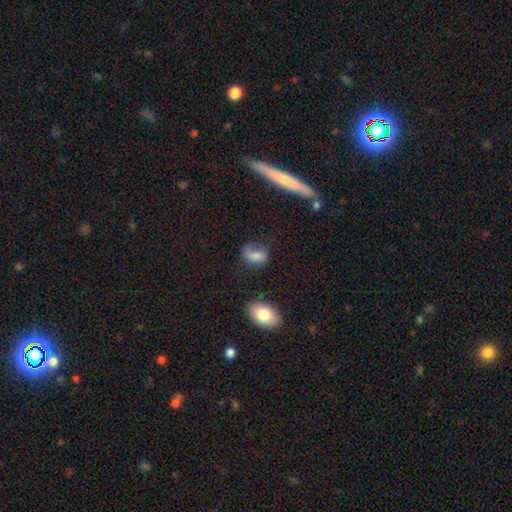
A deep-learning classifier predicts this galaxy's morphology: type=smooth (67%); roundness=in between (75%); merging=none (45%).